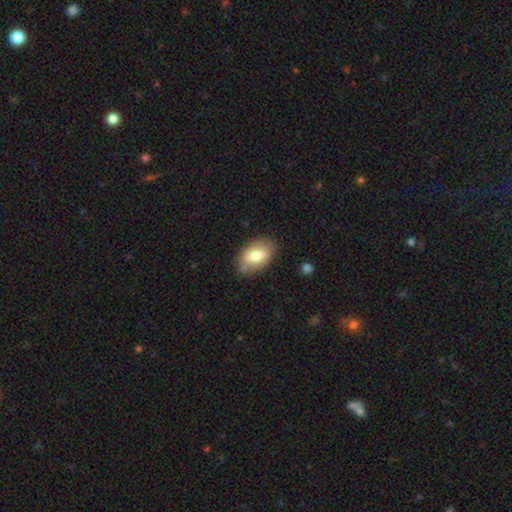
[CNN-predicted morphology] This is likely a smooth galaxy (74%). How rounded: clearly in between (91%). Merging: clearly none (80%).